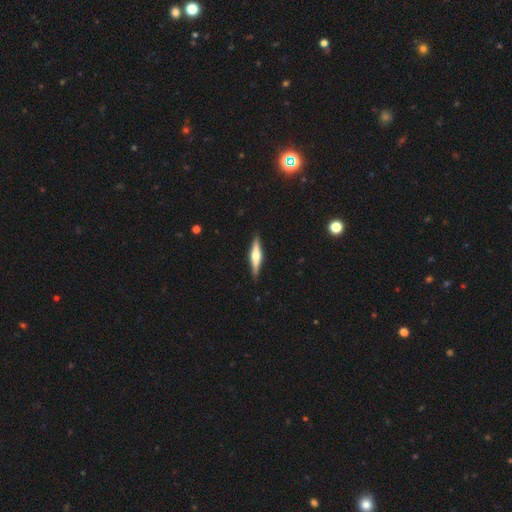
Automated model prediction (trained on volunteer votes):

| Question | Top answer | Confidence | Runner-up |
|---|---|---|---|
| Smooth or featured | featured or disk | 68% | smooth (27%) |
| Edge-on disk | yes | 97% | no (3%) |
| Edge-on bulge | rounded | 88% | boxy (9%) |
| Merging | none | 90% | minor disturbance (7%) |